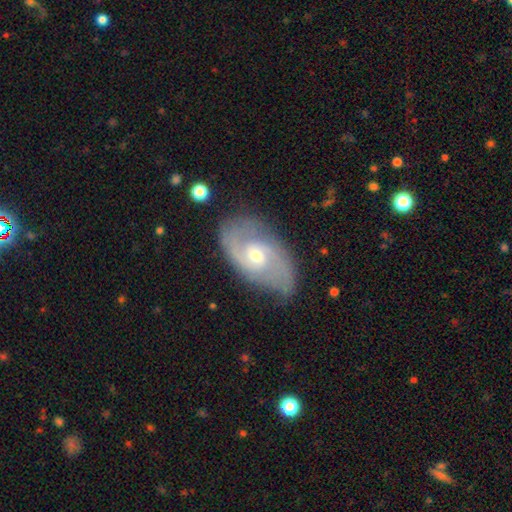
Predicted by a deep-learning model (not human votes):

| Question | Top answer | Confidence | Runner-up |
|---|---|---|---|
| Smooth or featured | featured or disk | 85% | smooth (10%) |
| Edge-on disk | no | 96% | yes (4%) |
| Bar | no | 55% | weak (39%) |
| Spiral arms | yes | 95% | no (5%) |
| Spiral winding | medium | 48% | tight (36%) |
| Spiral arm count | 2 | 80% | can't tell (10%) |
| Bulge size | moderate | 54% | small (42%) |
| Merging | none | 77% | minor disturbance (17%) |